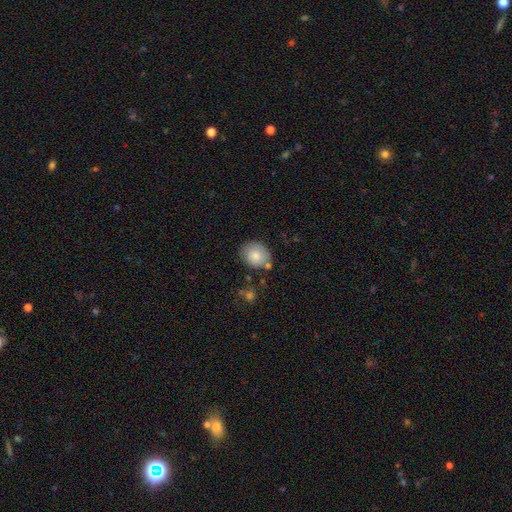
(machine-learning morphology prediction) A smooth galaxy with no disk features (80%) that is round (68%). Merging: none (71%).